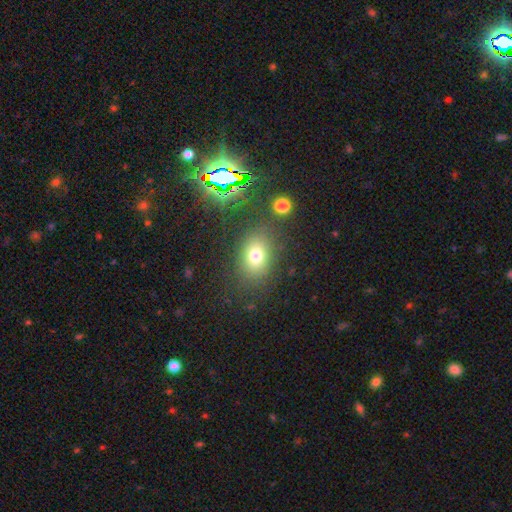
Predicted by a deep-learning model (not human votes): A smooth galaxy with no disk features (71%) that is in between round and cigar-shaped (65%).

Vote fractions:
- Smooth or featured? smooth: 71% / star or artifact: 17% / featured or disk: 12%
- How rounded? in between: 65% / round: 34% / cigar-shaped: 1%
- Merging? none: 79% / minor disturbance: 12% / major disturbance: 6% / merger: 3%